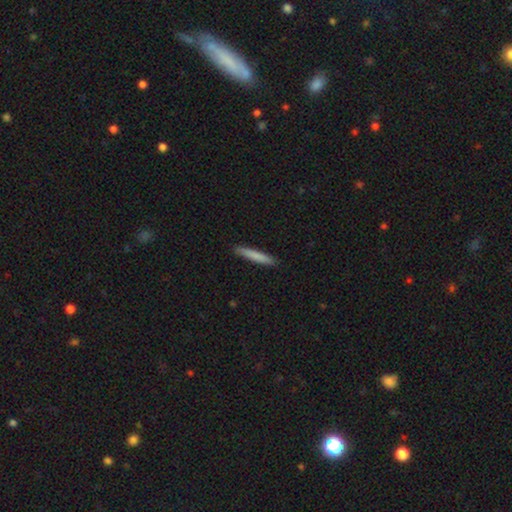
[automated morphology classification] Smooth or featured: smooth — 81% (featured or disk — 14%)
How rounded: cigar-shaped — 95% (in between — 4%)
Merging: none — 91% (minor disturbance — 7%)